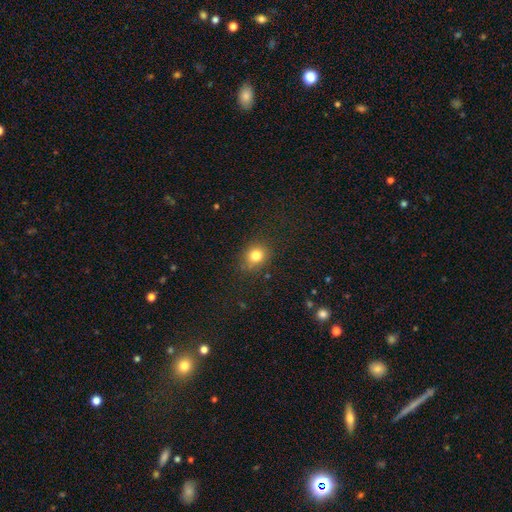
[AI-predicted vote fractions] Smooth or featured?
  - smooth: 80% *
  - star or artifact: 13%
  - featured or disk: 7%
How rounded?
  - round: 74% *
  - in between: 25%
  - cigar-shaped: 1%
Merging?
  - none: 82% *
  - minor disturbance: 12%
  - major disturbance: 4%
  - merger: 2%